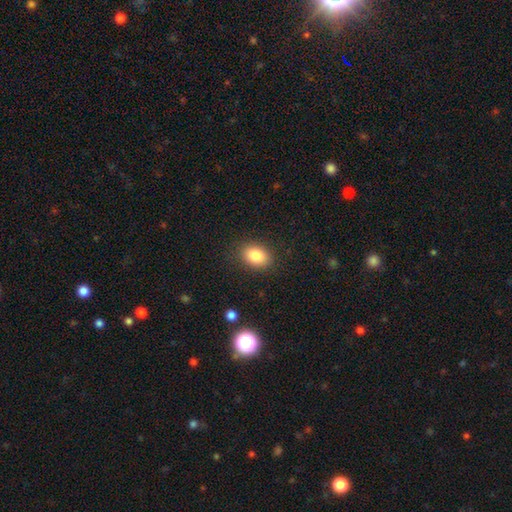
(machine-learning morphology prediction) Smooth or featured? smooth (84%)
How rounded? in between (76%)
Merging? none (87%)